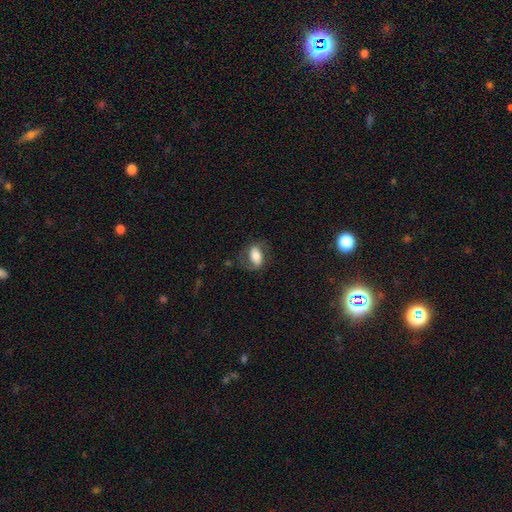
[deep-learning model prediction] This appears to be a smooth galaxy with no disk features (59%) that is in between round and cigar-shaped (86%). Merging: none (63%).